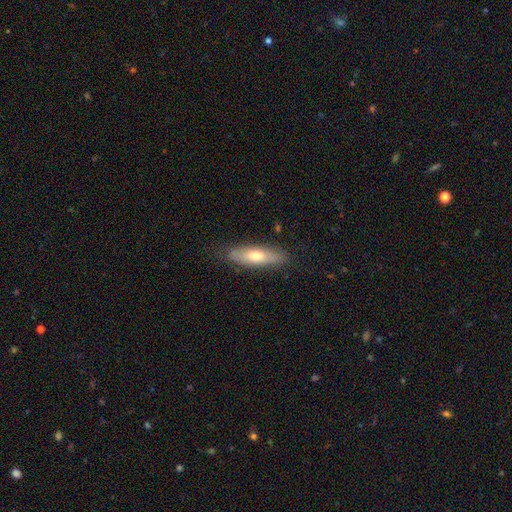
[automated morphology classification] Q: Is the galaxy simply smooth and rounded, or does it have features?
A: smooth — 62%.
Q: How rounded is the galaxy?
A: cigar-shaped — 57%.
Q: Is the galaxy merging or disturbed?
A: none — 82%.